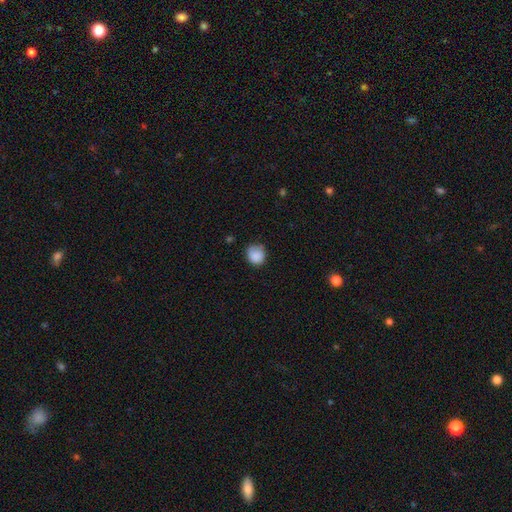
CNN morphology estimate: A smooth galaxy with no disk features (86%) that is round (79%).

Vote fractions:
- Smooth or featured? smooth: 86% / star or artifact: 8% / featured or disk: 5%
- How rounded? round: 79% / in between: 21% / cigar-shaped: 1%
- Merging? none: 66% / minor disturbance: 26% / major disturbance: 6% / merger: 2%